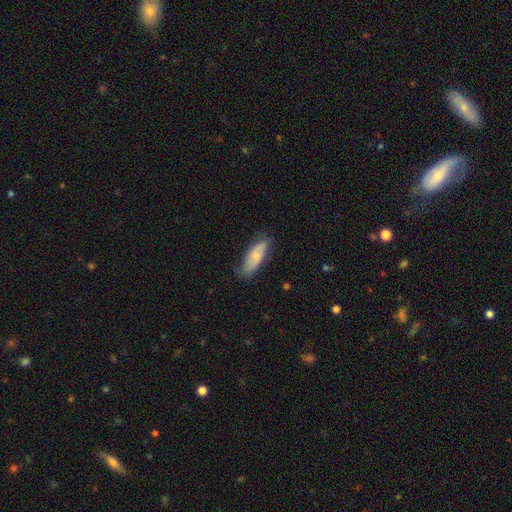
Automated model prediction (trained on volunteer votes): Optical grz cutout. It shows a smooth galaxy with no disk features (64%) that is in between round and cigar-shaped (65%). Merging: none (71%).